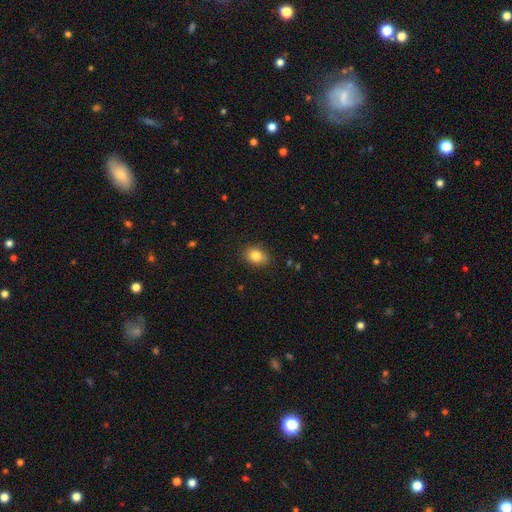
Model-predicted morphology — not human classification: smooth 83%, star or artifact 9%, featured or disk 8%. Down the decision tree: how rounded — in between (71%); merging — none (83%).